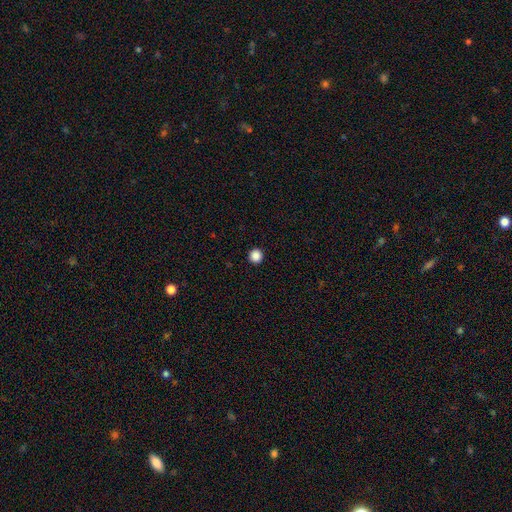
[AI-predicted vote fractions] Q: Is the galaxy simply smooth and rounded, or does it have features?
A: smooth — 88%.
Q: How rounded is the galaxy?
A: round — 96%.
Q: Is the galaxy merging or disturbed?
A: none — 94%.